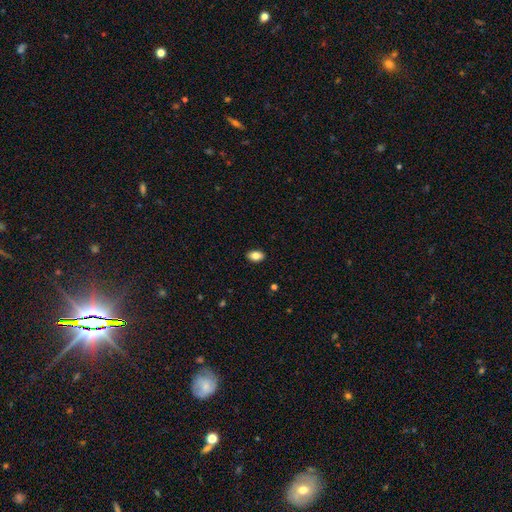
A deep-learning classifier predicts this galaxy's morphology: smooth_or_featured: smooth (p=0.84) [alt: star or artifact p=0.08]
how_rounded: in between (p=0.88) [alt: round p=0.11]
merging: none (p=0.90) [alt: minor disturbance p=0.08]